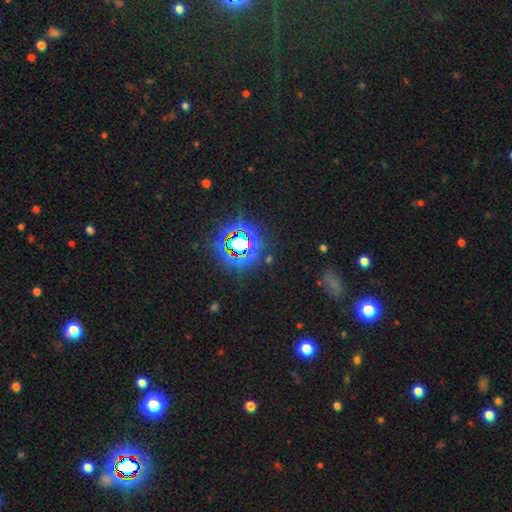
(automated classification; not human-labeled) smooth-or-featured: star or artifact: 76% | smooth: 15% | featured or disk: 8%